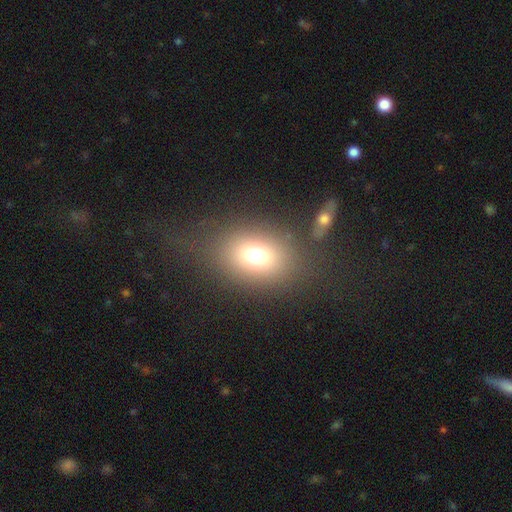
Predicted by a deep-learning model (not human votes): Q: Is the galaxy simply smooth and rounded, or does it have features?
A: smooth — 73%.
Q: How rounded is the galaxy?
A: in between — 68%.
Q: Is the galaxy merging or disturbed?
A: none — 71%.